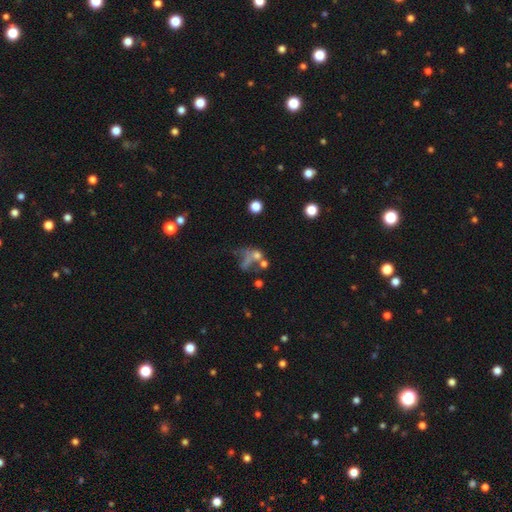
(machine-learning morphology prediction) Smooth or featured? Predicted: smooth (p=0.46). Merging? Predicted: major disturbance (p=0.33).